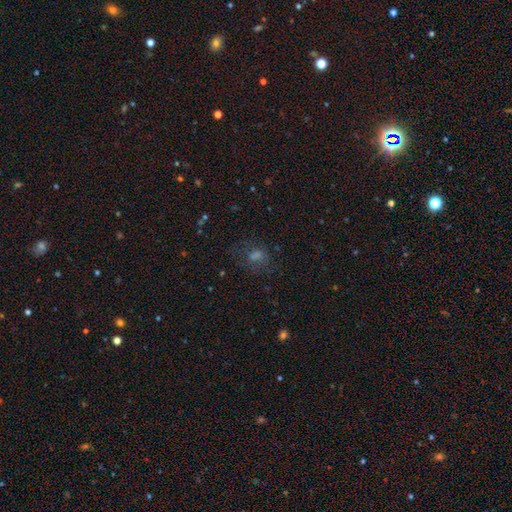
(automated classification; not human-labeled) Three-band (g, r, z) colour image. It shows a smooth galaxy with no disk features (48%). Merging: none (67%).